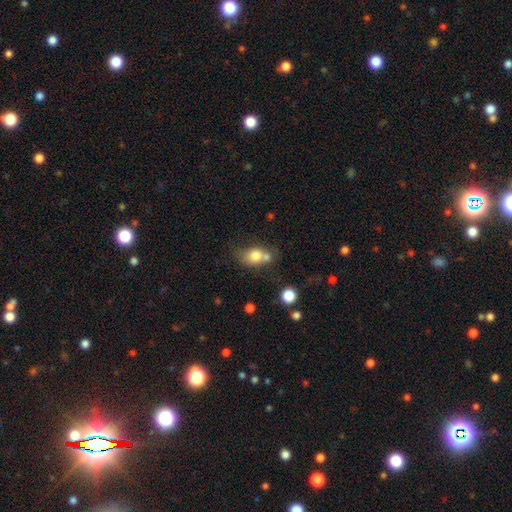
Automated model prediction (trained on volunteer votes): smooth 77%, featured or disk 14%, star or artifact 9%. Down the decision tree: how rounded — in between (59%); merging — none (40%).